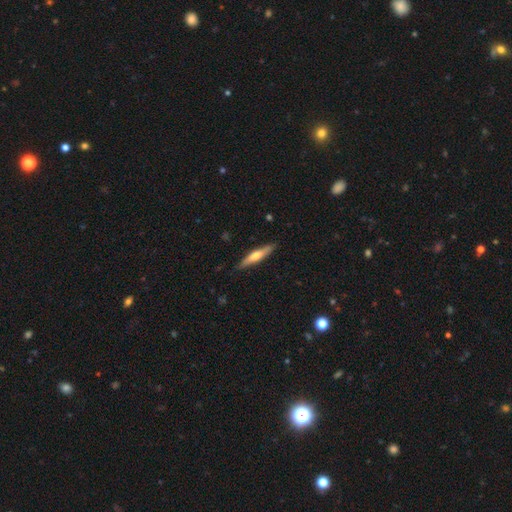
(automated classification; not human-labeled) Smooth or featured?
  - smooth: 49% *
  - featured or disk: 46%
  - star or artifact: 6%
Merging?
  - none: 88% *
  - minor disturbance: 9%
  - major disturbance: 2%
  - merger: 1%